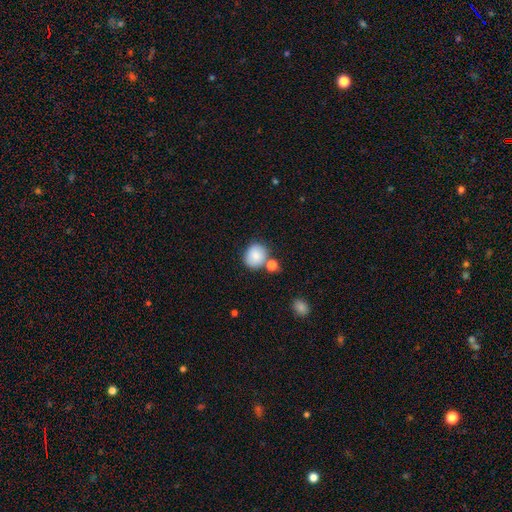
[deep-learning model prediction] A smooth galaxy with no disk features (84%) that is round (72%).

Vote fractions:
- Smooth or featured? smooth: 84% / star or artifact: 9% / featured or disk: 7%
- How rounded? round: 72% / in between: 27% / cigar-shaped: 1%
- Merging? none: 68% / merger: 16% / minor disturbance: 13% / major disturbance: 4%